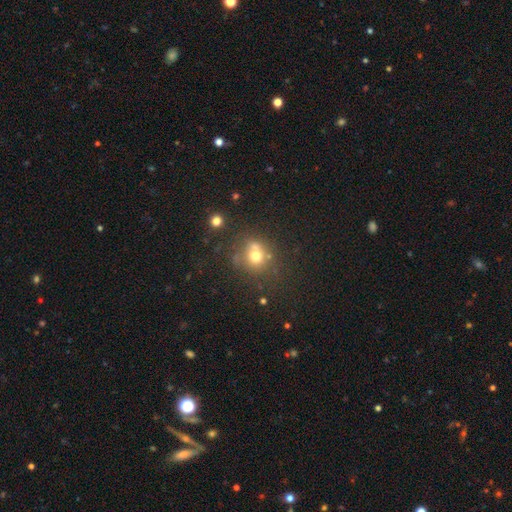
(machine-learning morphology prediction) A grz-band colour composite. It shows a smooth galaxy with no disk features (68%) that is round (80%). Merging: none (54%).